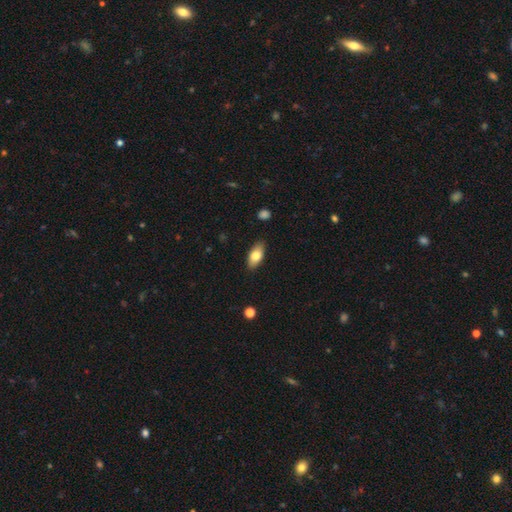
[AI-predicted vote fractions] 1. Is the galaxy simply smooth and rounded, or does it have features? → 77% smooth, 16% featured or disk, 6% star or artifact.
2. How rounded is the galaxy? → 87% in between, 10% cigar-shaped, 3% round.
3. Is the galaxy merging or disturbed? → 86% none, 11% minor disturbance, 2% major disturbance, 1% merger.